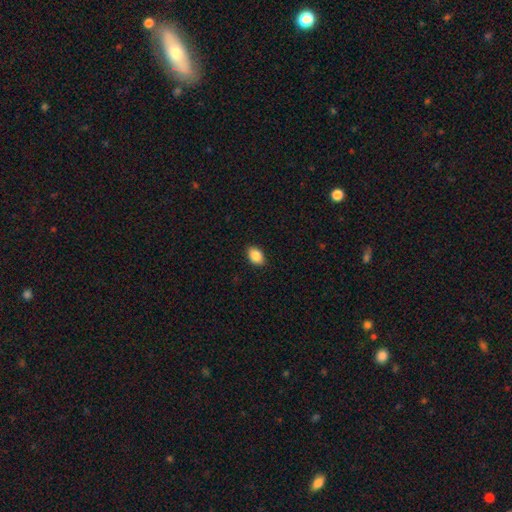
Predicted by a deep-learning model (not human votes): The model was most divided on "how rounded": in between: 83%, round: 16%, cigar-shaped: 1%. More confident: merging — none (90%); smooth or featured — smooth (88%).